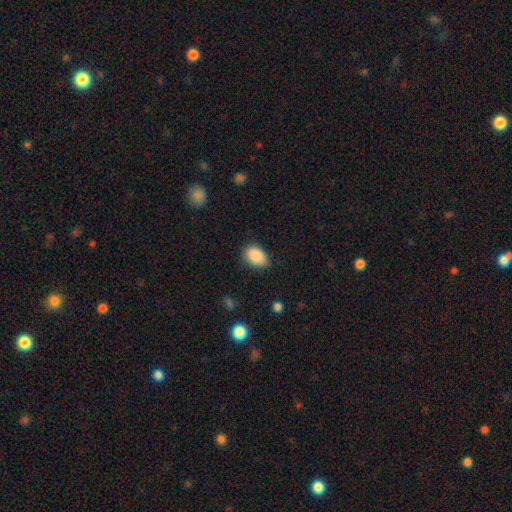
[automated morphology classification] smooth-or-featured: smooth: 88% | star or artifact: 8% | featured or disk: 5%
  how-rounded: in between: 86% | round: 13% | cigar-shaped: 1%
  merging: none: 72% | minor disturbance: 23% | major disturbance: 4% | merger: 1%